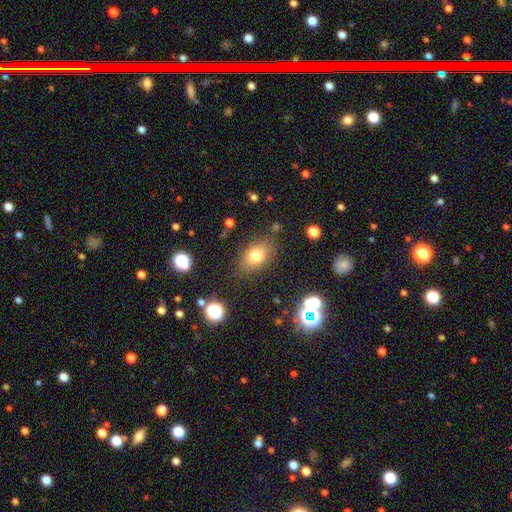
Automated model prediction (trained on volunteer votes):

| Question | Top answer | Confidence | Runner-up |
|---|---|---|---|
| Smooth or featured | smooth | 76% | star or artifact (13%) |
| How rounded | in between | 74% | round (24%) |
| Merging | none | 80% | minor disturbance (13%) |